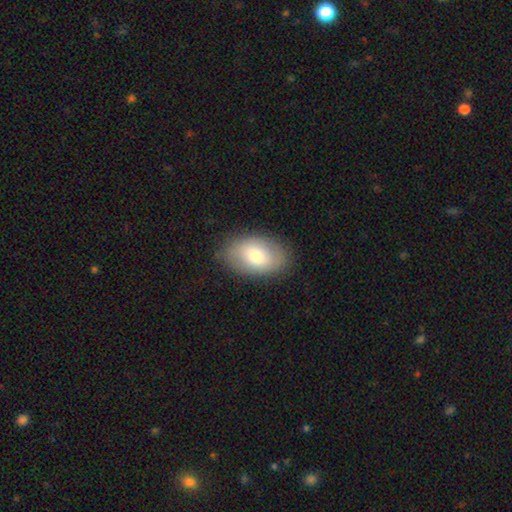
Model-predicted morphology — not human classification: This is likely a smooth galaxy (75%). How rounded: clearly in between (92%). Merging: clearly none (83%).